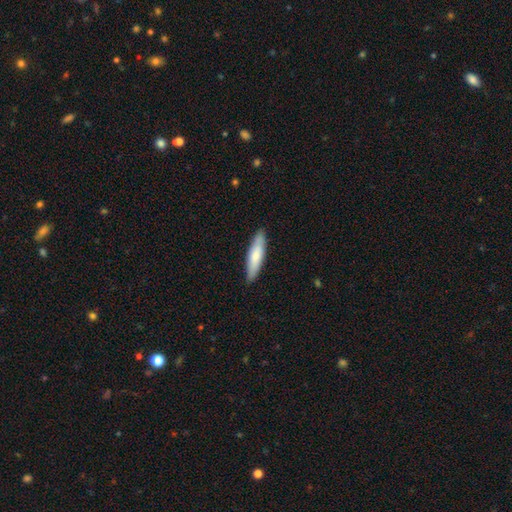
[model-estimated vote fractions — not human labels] Overall: smooth (73%). How rounded: cigar-shaped (71%). Merging: none (87%).